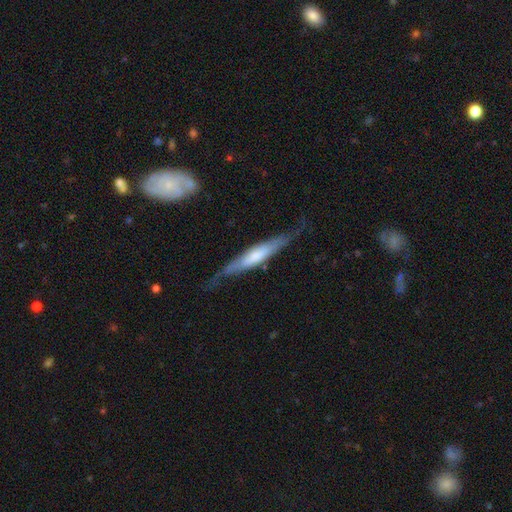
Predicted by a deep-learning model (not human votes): The model was most divided on "smooth or featured": featured or disk: 60%, smooth: 35%, star or artifact: 5%. More confident: edge-on disk — yes (81%); merging — none (68%).